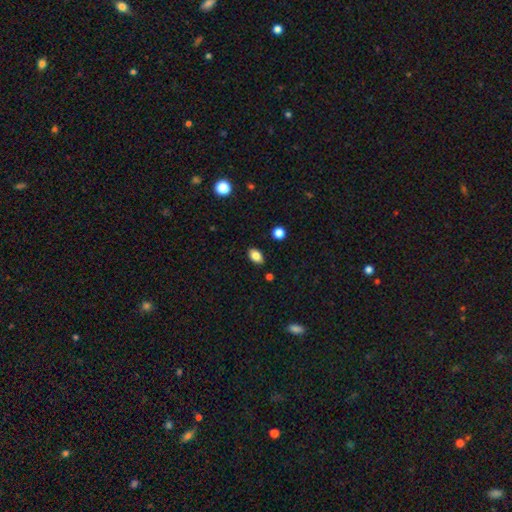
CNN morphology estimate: This is clearly a smooth galaxy (83%). How rounded: clearly in between (88%). Merging: clearly none (86%).